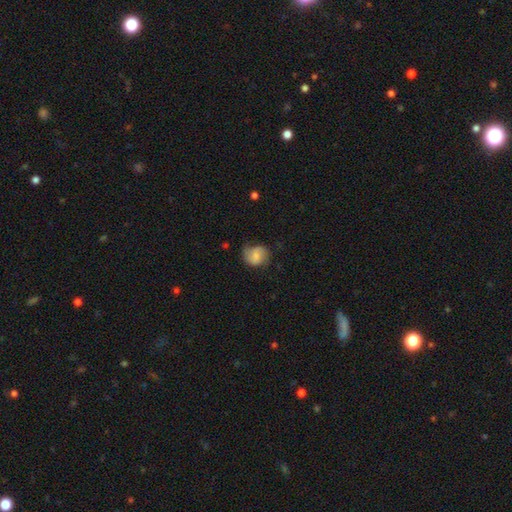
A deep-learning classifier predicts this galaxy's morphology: Smooth or featured: smooth — 62% (featured or disk — 29%)
How rounded: round — 68% (in between — 31%)
Merging: none — 57% (minor disturbance — 29%)